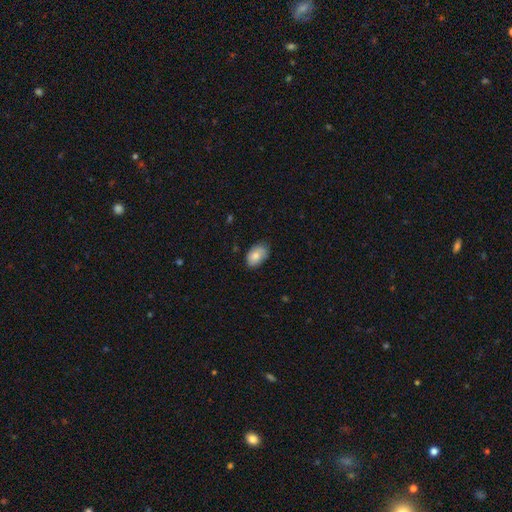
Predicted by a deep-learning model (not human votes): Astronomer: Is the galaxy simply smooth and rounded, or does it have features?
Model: smooth — 79%.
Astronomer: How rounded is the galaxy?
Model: in between — 89%.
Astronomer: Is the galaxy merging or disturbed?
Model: none — 72%.